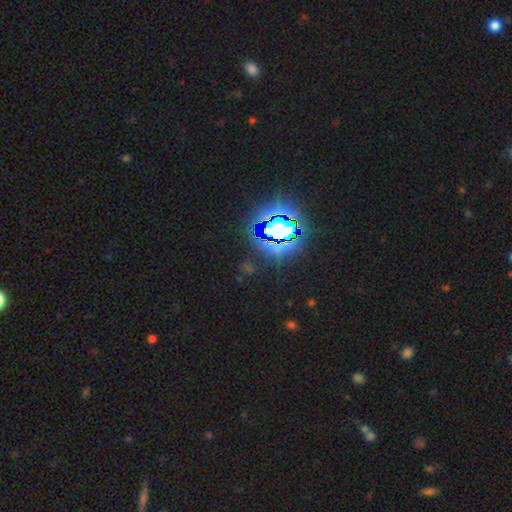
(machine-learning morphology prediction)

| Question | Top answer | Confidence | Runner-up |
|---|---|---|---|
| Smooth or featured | star or artifact | 84% | smooth (10%) |